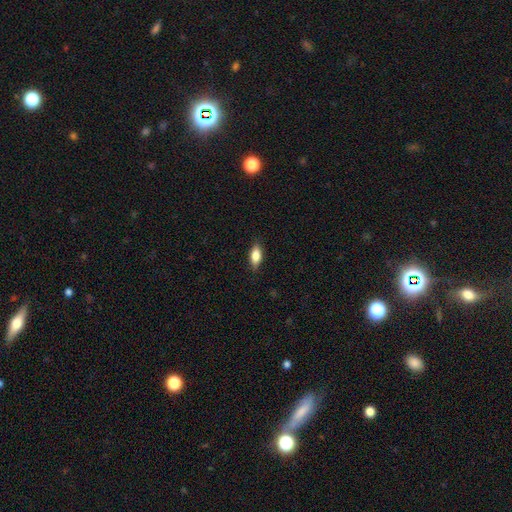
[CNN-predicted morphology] Q: Smooth or featured?
A: smooth (79%); runner-up: featured or disk (14%)
Q: How rounded?
A: in between (83%); runner-up: cigar-shaped (13%)
Q: Merging?
A: none (85%); runner-up: minor disturbance (12%)